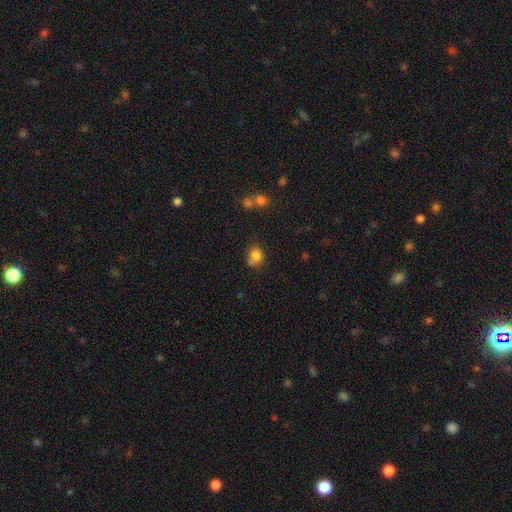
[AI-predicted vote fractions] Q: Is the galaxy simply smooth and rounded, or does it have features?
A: smooth — 80%.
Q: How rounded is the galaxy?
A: round — 71%.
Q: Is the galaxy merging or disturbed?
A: none — 53%.